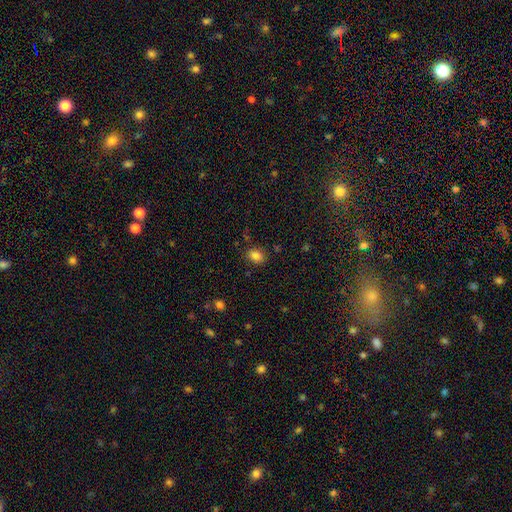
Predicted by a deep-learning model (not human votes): Smooth or featured: smooth — 83% (star or artifact — 11%)
How rounded: in between — 62% (round — 37%)
Merging: none — 83% (minor disturbance — 11%)